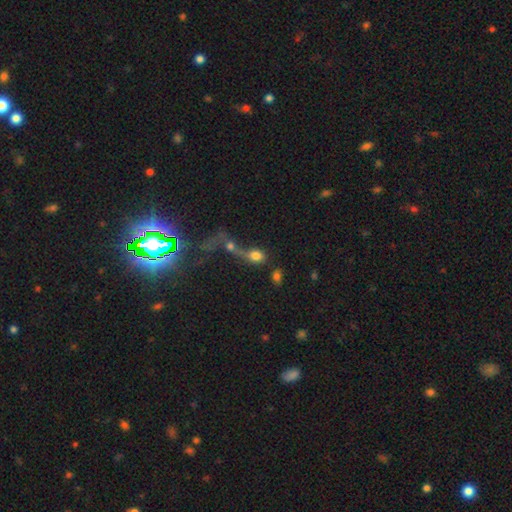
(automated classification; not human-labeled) smooth 70%, featured or disk 17%, star or artifact 13%. Down the decision tree: how rounded — in between (61%); merging — merger (58%).